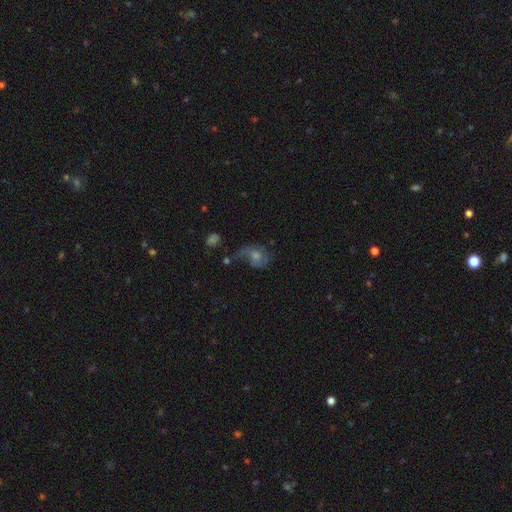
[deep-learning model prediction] smooth_or_featured: featured or disk (p=0.53) [alt: smooth p=0.29]
disk_edge_on: no (p=0.96) [alt: yes p=0.04]
bar: no (p=0.75) [alt: weak p=0.22]
has_spiral_arms: yes (p=0.78) [alt: no p=0.22]
bulge_size: moderate (p=0.56) [alt: small p=0.30]
merging: none (p=0.44) [alt: major disturbance p=0.27]